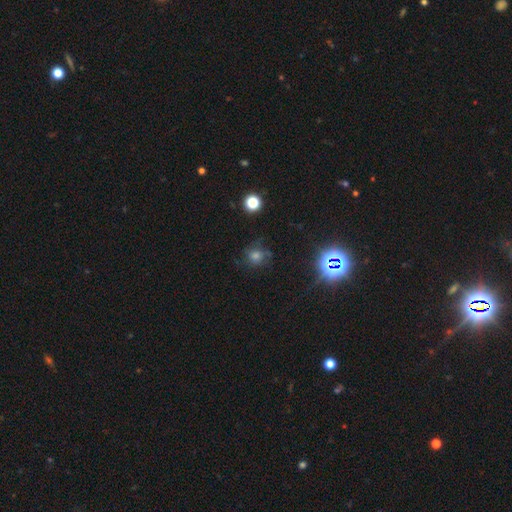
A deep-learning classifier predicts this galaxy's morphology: This appears to be a smooth galaxy with no disk features (48%). Merging: none (67%).